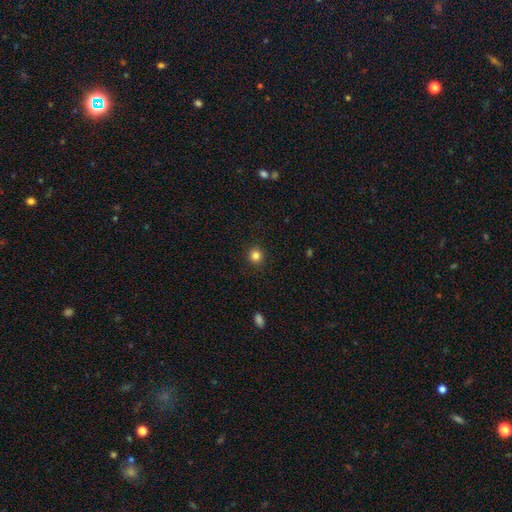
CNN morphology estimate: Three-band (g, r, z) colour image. It shows a smooth galaxy with no disk features (83%) that is round (92%). Merging: none (92%).